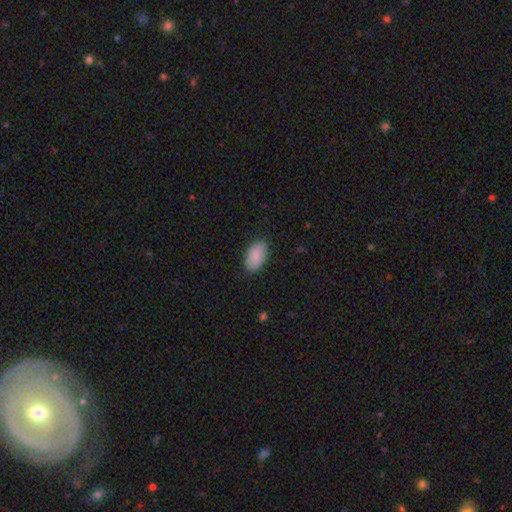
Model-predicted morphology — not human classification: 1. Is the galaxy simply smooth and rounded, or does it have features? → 89% smooth, 6% star or artifact, 5% featured or disk.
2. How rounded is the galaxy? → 94% in between, 4% round, 2% cigar-shaped.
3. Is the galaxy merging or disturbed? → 87% none, 10% minor disturbance, 2% major disturbance, 1% merger.